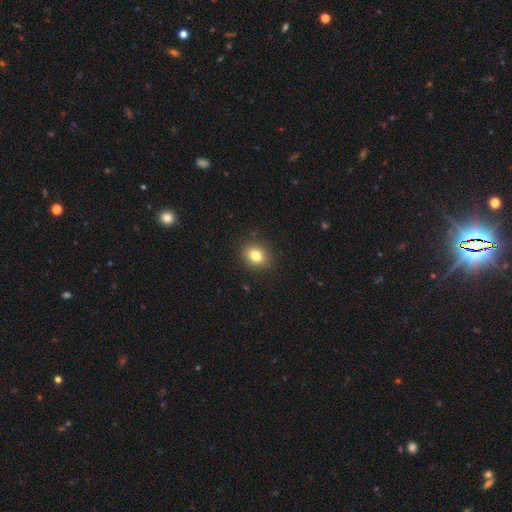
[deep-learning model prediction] Q: Smooth or featured?
A: smooth (81%); runner-up: star or artifact (11%)
Q: How rounded?
A: in between (52%); runner-up: round (47%)
Q: Merging?
A: none (89%); runner-up: minor disturbance (8%)